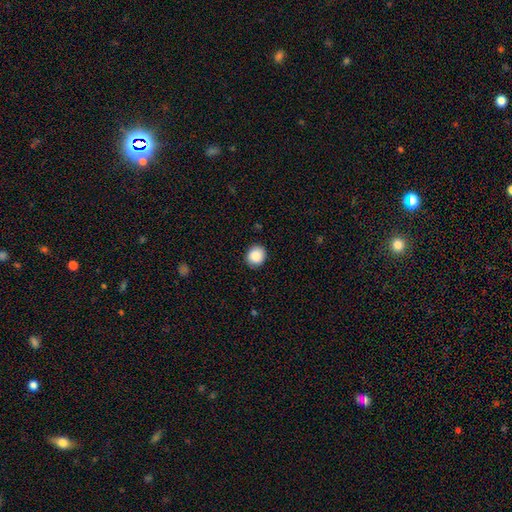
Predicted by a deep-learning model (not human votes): smooth 89%, star or artifact 8%, featured or disk 3%. Down the decision tree: how rounded — round (87%); merging — none (90%).